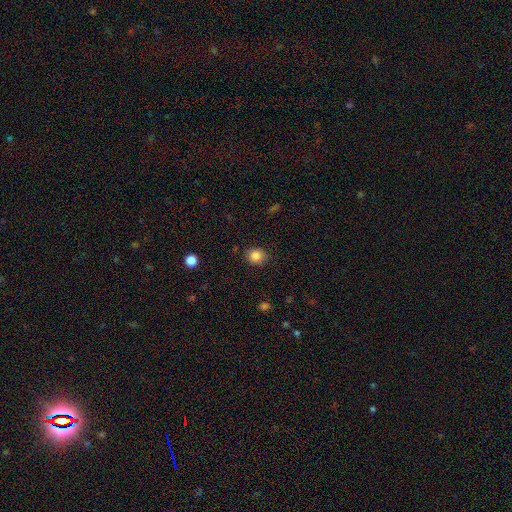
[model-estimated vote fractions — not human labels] smooth_or_featured: smooth (p=0.84) [alt: star or artifact p=0.11]
how_rounded: round (p=0.78) [alt: in between p=0.21]
merging: none (p=0.86) [alt: minor disturbance p=0.10]